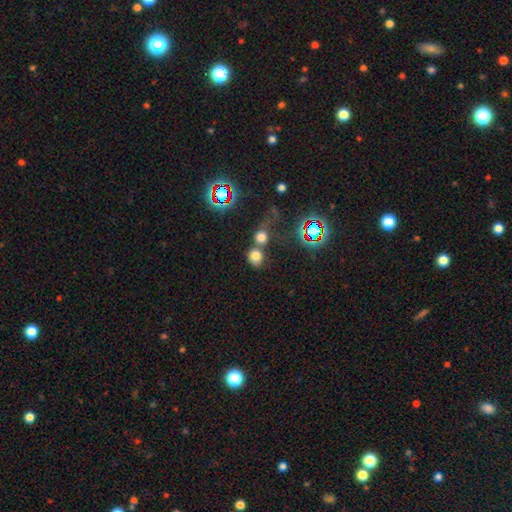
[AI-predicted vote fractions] Overall: smooth (73%). How rounded: round (79%). Merging: none (52%; merger 34%).